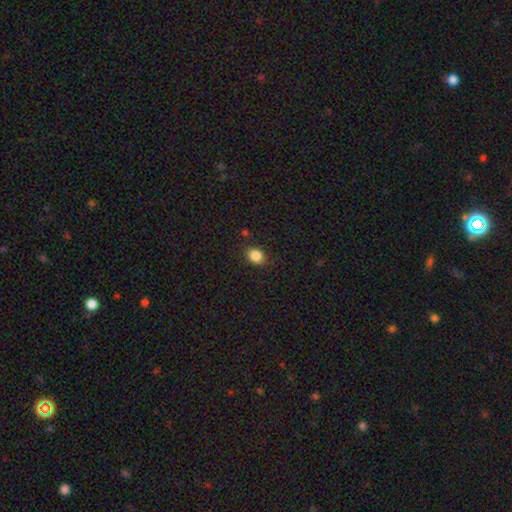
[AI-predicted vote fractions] This is clearly a smooth galaxy (85%). How rounded: possibly round (57%). Merging: clearly none (86%).